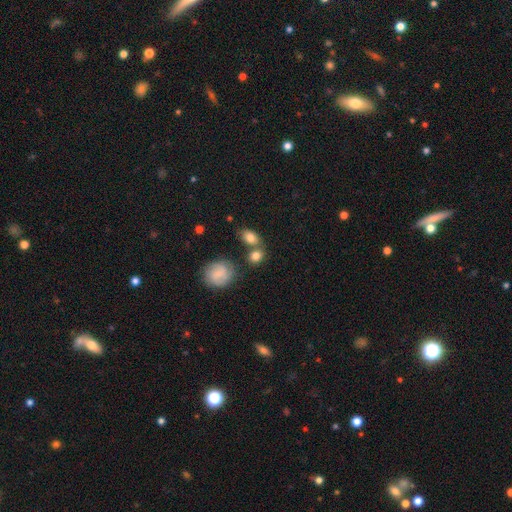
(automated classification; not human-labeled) The model was most divided on "how rounded": in between: 50%, round: 48%, cigar-shaped: 2%. More confident: smooth or featured — smooth (77%); merging — none (57%).